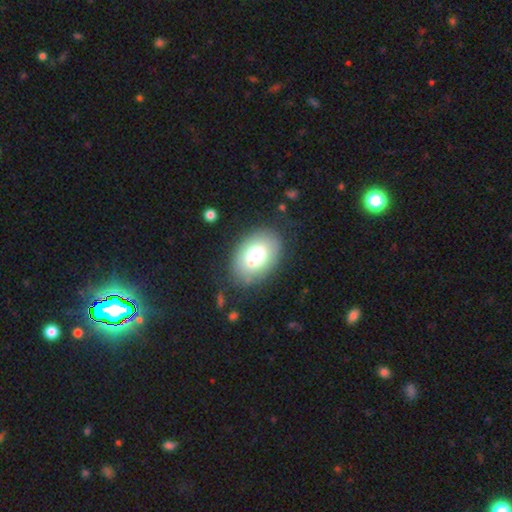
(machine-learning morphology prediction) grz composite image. It shows a smooth galaxy with no disk features (75%) that is in between round and cigar-shaped (84%). Merging: none (79%).